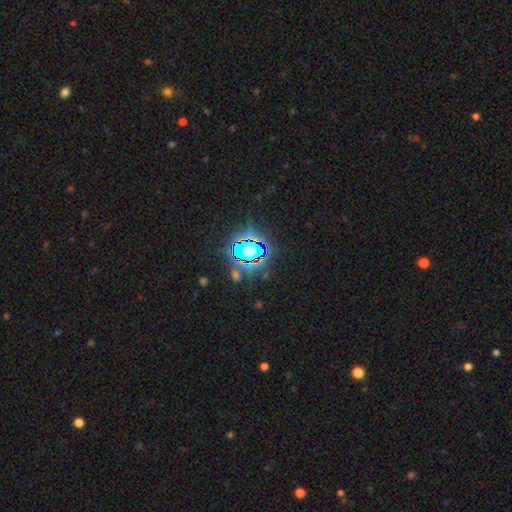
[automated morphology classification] Smooth or featured? Predicted: star or artifact (p=0.79).